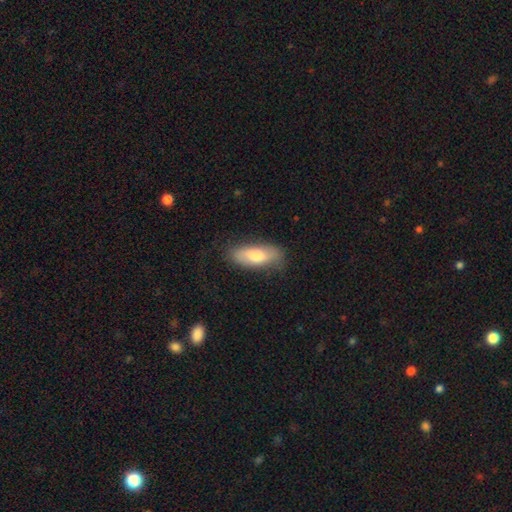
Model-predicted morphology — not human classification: Smooth or featured? Predicted: smooth (p=0.71). How rounded? Predicted: in between (p=0.70). Merging? Predicted: none (p=0.77).